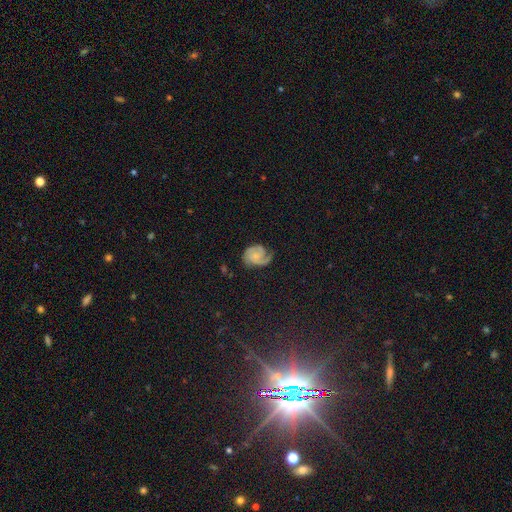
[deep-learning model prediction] The model was most divided on "spiral winding": tight: 50%, medium: 38%, loose: 11%. More confident: edge-on disk — no (98%); spiral arms — yes (97%); smooth or featured — featured or disk (78%); bar — no (71%); merging — none (63%); spiral arm count — 2 (57%); bulge size — small (53%).